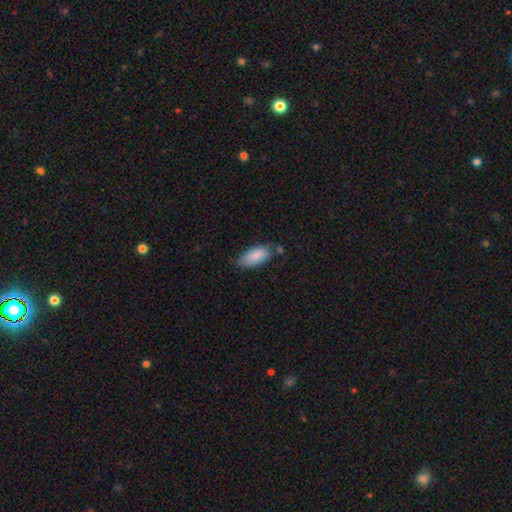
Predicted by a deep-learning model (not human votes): Smooth or featured? Predicted: smooth (p=0.86). How rounded? Predicted: in between (p=0.87). Merging? Predicted: none (p=0.65).